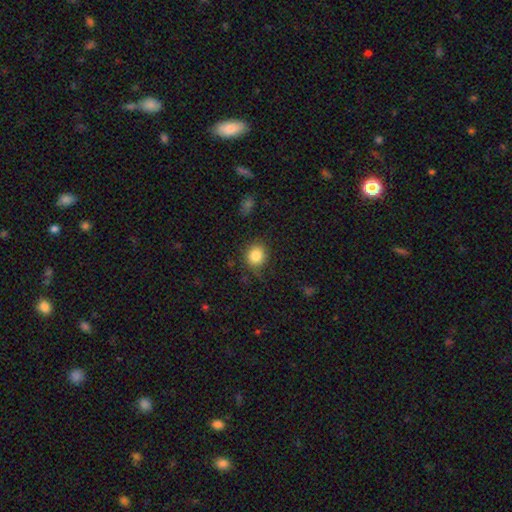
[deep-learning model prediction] The model was most divided on "merging": none: 76%, minor disturbance: 17%, major disturbance: 5%, merger: 2%. More confident: smooth or featured — smooth (84%); how rounded — round (82%).